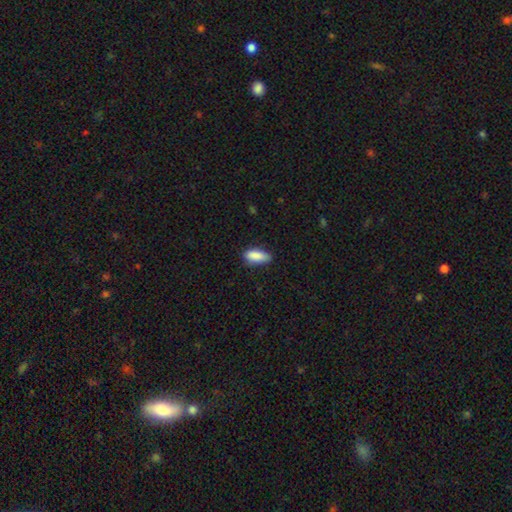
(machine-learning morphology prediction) The model was most divided on "merging": none: 70%, minor disturbance: 24%, major disturbance: 4%, merger: 1%. More confident: smooth or featured — smooth (88%); how rounded — in between (77%).